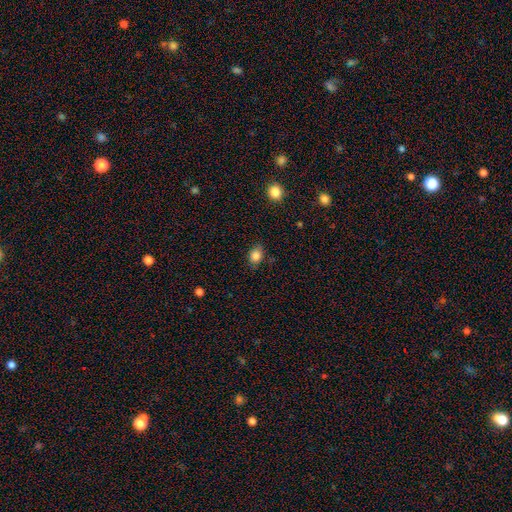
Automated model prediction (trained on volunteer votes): Overall: smooth (84%). How rounded: in between (63%; round 36%). Merging: none (82%).